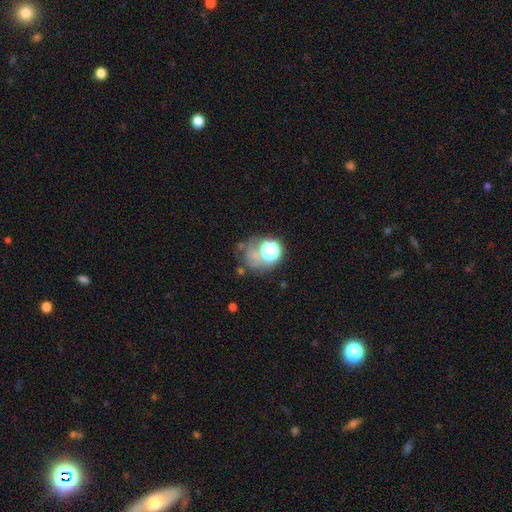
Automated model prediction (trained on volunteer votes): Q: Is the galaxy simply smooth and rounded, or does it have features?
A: smooth — 40%.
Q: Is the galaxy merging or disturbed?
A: none — 45%.